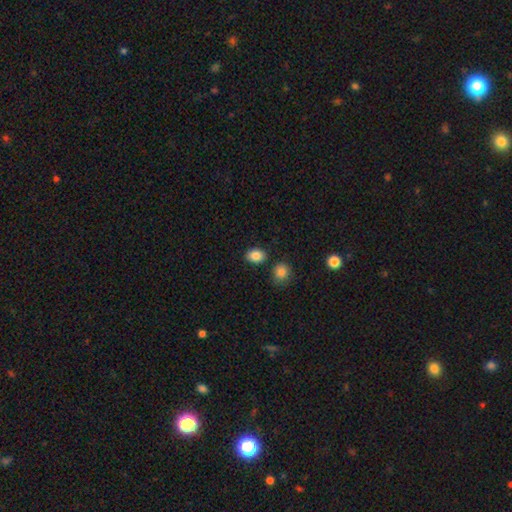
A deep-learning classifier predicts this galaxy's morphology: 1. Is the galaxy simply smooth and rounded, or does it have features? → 85% smooth, 9% star or artifact, 6% featured or disk.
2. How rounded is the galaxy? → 64% in between, 35% round, 1% cigar-shaped.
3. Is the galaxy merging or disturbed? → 83% none, 9% minor disturbance, 5% merger, 2% major disturbance.